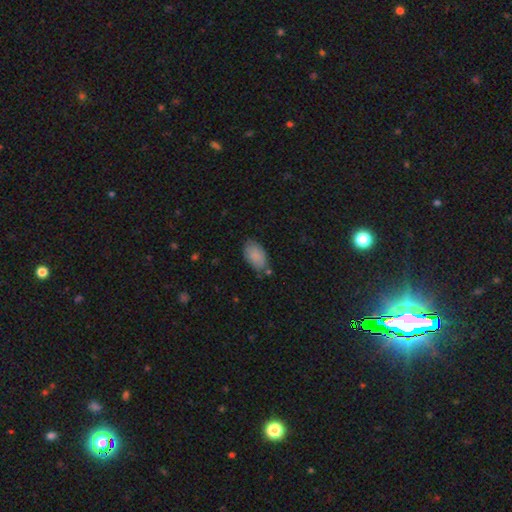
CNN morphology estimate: smooth 87%, star or artifact 7%, featured or disk 7%. Down the decision tree: how rounded — in between (94%); merging — none (66%).